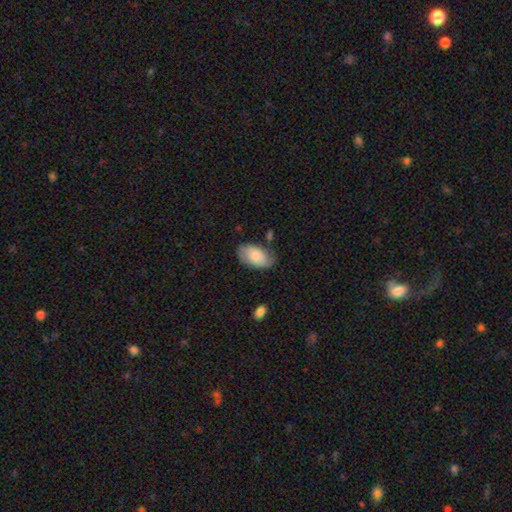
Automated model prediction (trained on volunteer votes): Smooth or featured? Predicted: smooth (p=0.71). How rounded? Predicted: in between (p=0.94). Merging? Predicted: none (p=0.68).